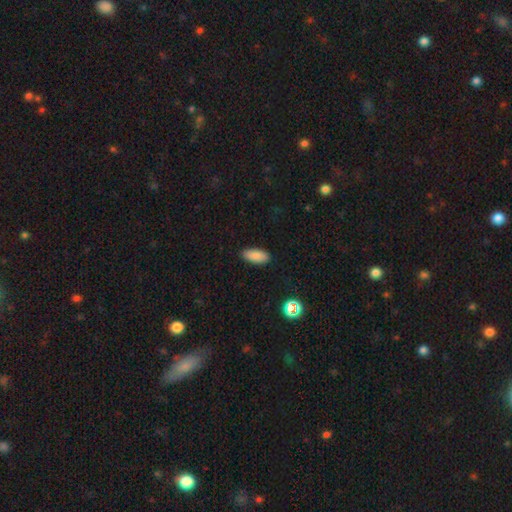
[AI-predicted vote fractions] This is clearly a smooth galaxy (87%). How rounded: clearly in between (87%). Merging: clearly none (88%).